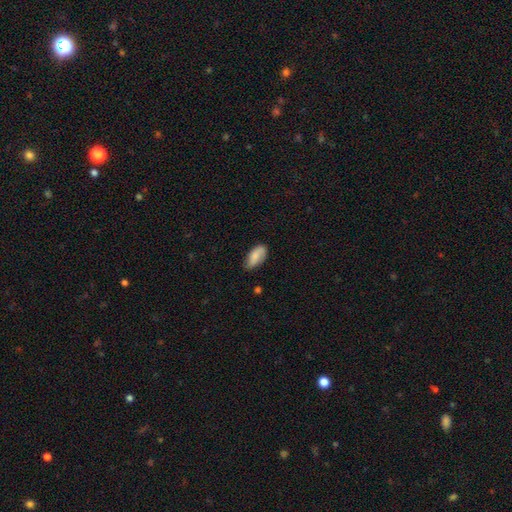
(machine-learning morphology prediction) The model was most divided on "merging": none: 65%, minor disturbance: 28%, major disturbance: 5%, merger: 2%. More confident: how rounded — in between (90%); smooth or featured — smooth (79%).